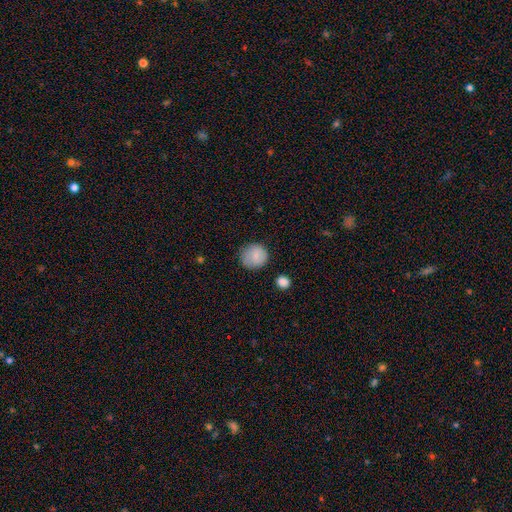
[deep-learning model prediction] Smooth or featured? smooth (84%)
How rounded? round (88%)
Merging? none (78%)